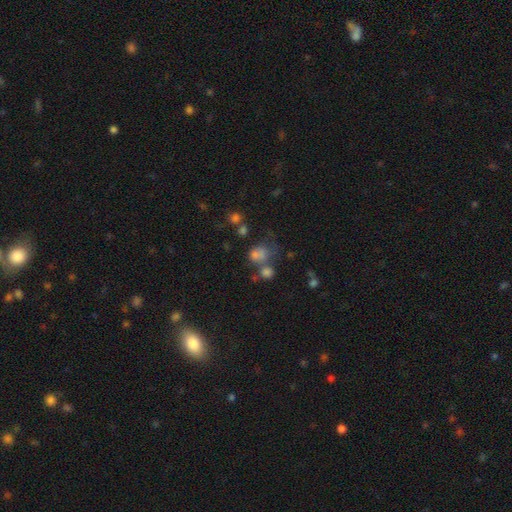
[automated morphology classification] Overall: smooth (60%; star or artifact 26%). How rounded: round (67%; in between 32%). Merging: none (44%; merger 29%).